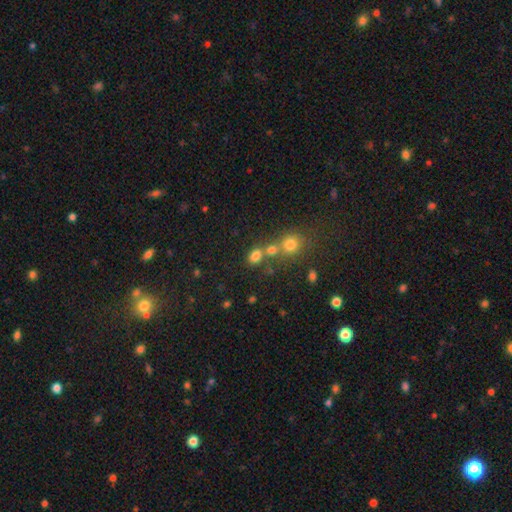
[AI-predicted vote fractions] Smooth or featured: smooth — 76% (star or artifact — 16%)
How rounded: in between — 67% (round — 31%)
Merging: none — 50% (merger — 35%)